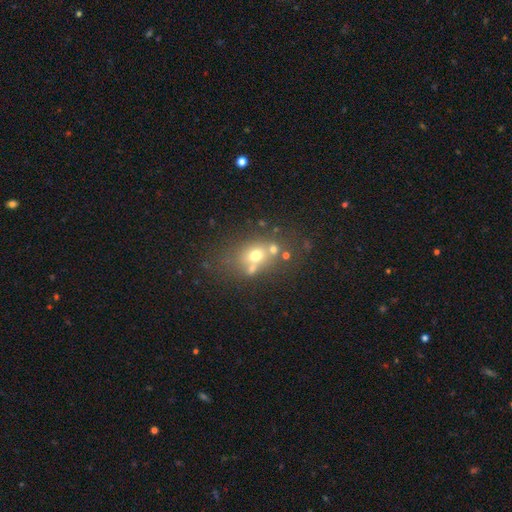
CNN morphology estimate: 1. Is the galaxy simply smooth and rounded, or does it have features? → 59% smooth, 24% featured or disk, 17% star or artifact.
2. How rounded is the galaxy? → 51% in between, 47% round, 2% cigar-shaped.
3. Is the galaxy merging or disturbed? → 50% none, 29% merger, 14% minor disturbance, 8% major disturbance.